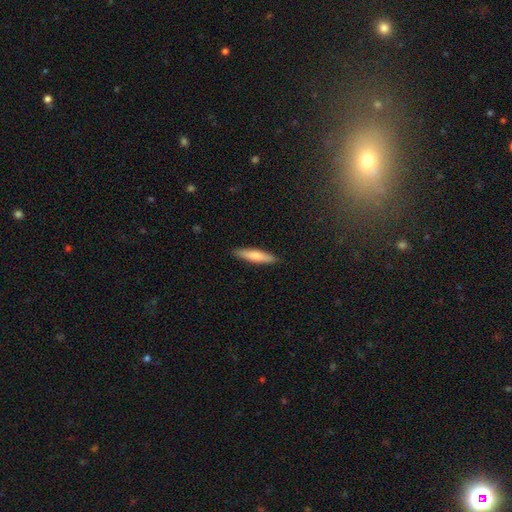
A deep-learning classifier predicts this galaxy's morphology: Overall: smooth (75%). How rounded: cigar-shaped (84%). Merging: none (90%).